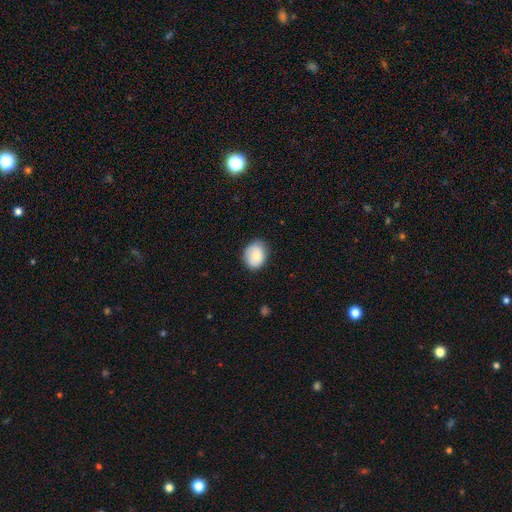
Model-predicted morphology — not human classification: smooth-or-featured: smooth: 81% | featured or disk: 12% | star or artifact: 7%
  how-rounded: in between: 56% | round: 43% | cigar-shaped: 1%
  merging: none: 79% | minor disturbance: 17% | major disturbance: 3% | merger: 1%